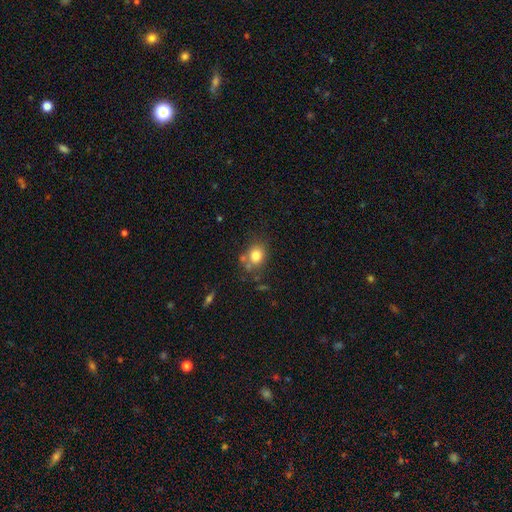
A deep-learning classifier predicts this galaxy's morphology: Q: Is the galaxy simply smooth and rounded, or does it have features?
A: smooth — 79%.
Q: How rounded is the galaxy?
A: round — 65%.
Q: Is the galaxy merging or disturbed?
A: none — 66%.